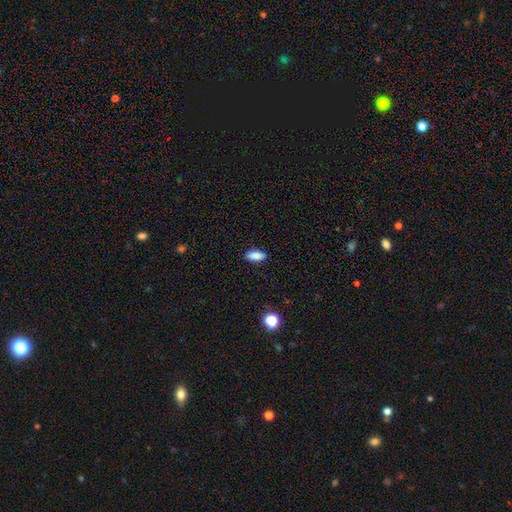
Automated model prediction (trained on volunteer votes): This appears to be a smooth galaxy with no disk features (87%) that is in between round and cigar-shaped (85%). Merging: none (89%).